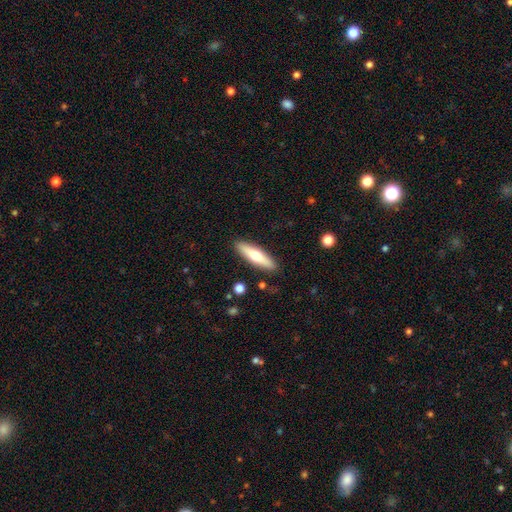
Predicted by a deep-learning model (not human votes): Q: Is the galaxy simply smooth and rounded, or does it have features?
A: smooth — 60%.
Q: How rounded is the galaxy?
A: cigar-shaped — 74%.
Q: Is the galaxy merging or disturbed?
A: none — 89%.